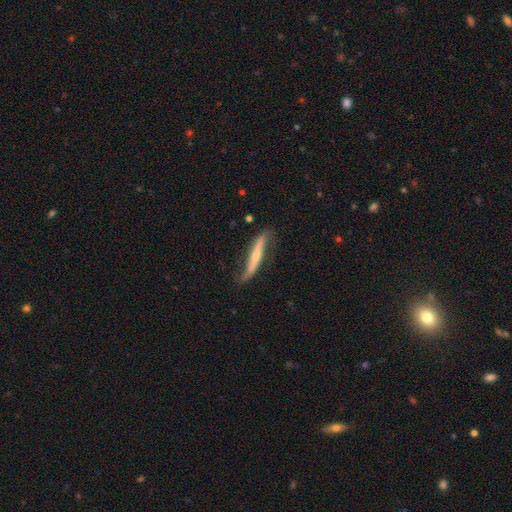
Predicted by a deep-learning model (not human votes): Overall: featured or disk (70%). Edge-on disk: yes (59%; no 41%). Merging: none (60%; minor disturbance 27%).